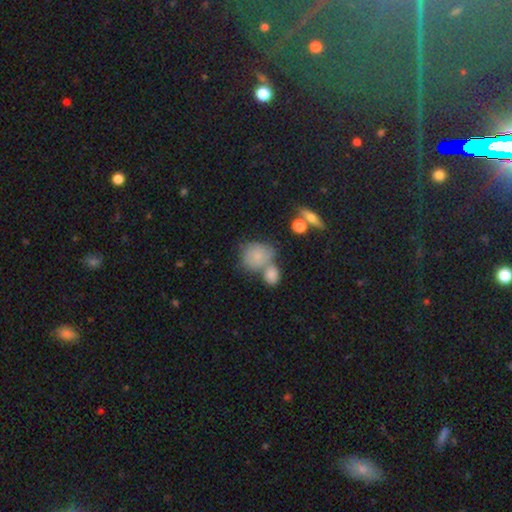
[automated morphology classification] smooth 70%, featured or disk 20%, star or artifact 10%. Down the decision tree: how rounded — round (62%); merging — merger (42%).